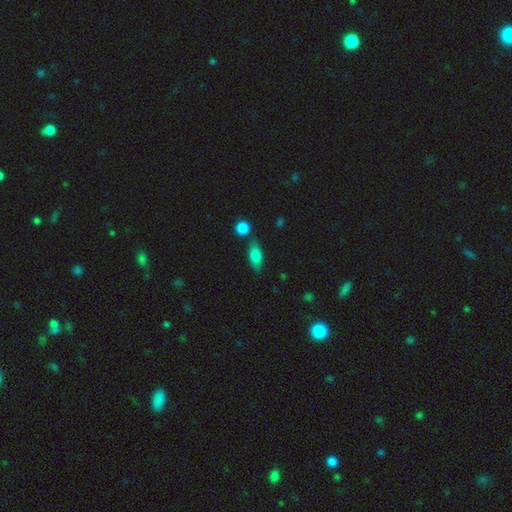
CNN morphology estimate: This is likely a smooth galaxy (73%). How rounded: likely in between (76%). Merging: likely none (74%).